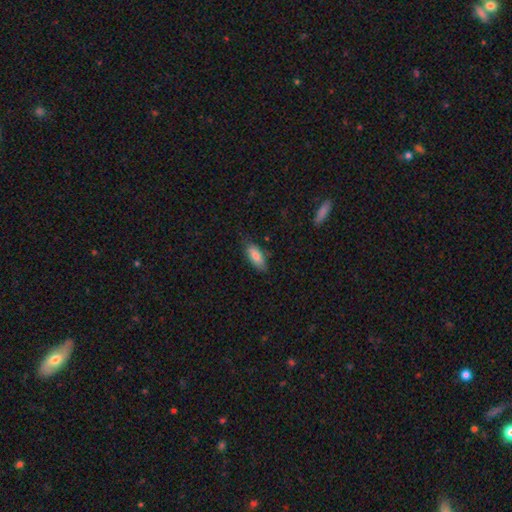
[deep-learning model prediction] Smooth or featured: smooth — 84% (featured or disk — 10%)
How rounded: in between — 79% (cigar-shaped — 19%)
Merging: none — 72% (minor disturbance — 22%)